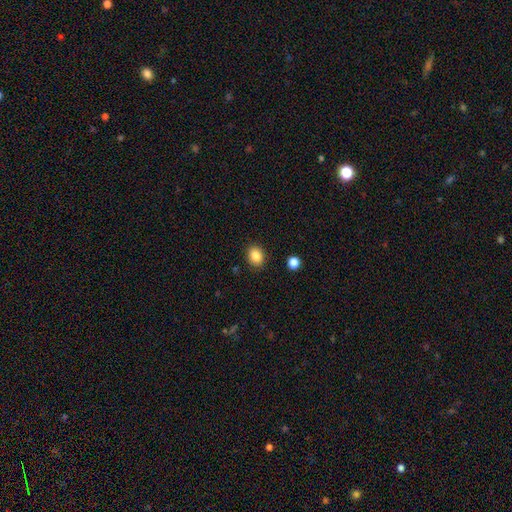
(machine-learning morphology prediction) This is clearly a smooth galaxy (87%). How rounded: possibly in between (57%). Merging: clearly none (88%).